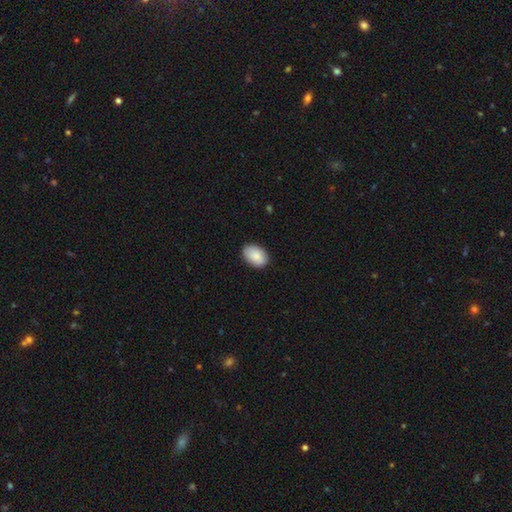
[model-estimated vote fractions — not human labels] Morphology: type=smooth (89%); roundness=in between (89%); merging=none (86%).